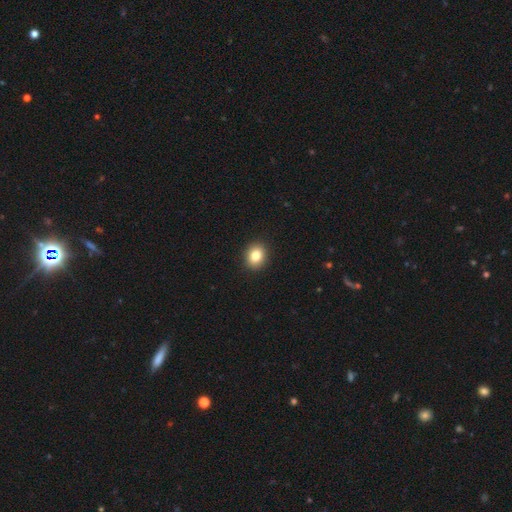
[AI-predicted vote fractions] smooth-or-featured: smooth: 83% | star or artifact: 10% | featured or disk: 7%
  how-rounded: round: 61% | in between: 38% | cigar-shaped: 1%
  merging: none: 92% | minor disturbance: 6% | major disturbance: 2% | merger: 1%